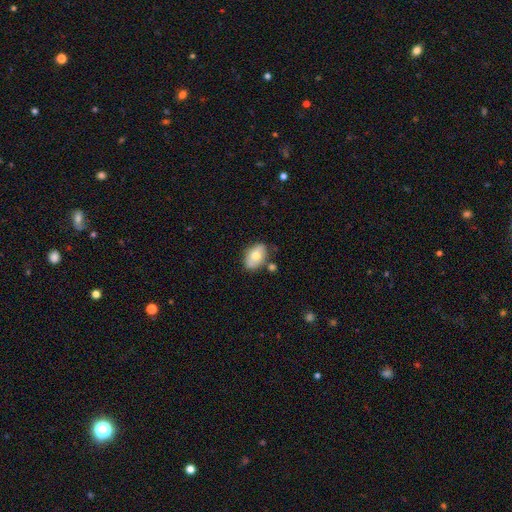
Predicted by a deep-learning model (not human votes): Smooth or featured? smooth (69%)
How rounded? in between (87%)
Merging? none (72%)